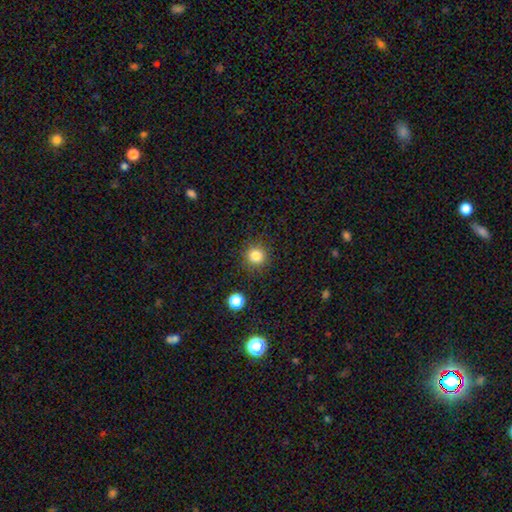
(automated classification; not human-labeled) Smooth or featured: smooth — 84% (star or artifact — 12%)
How rounded: round — 93% (in between — 6%)
Merging: none — 88% (minor disturbance — 7%)